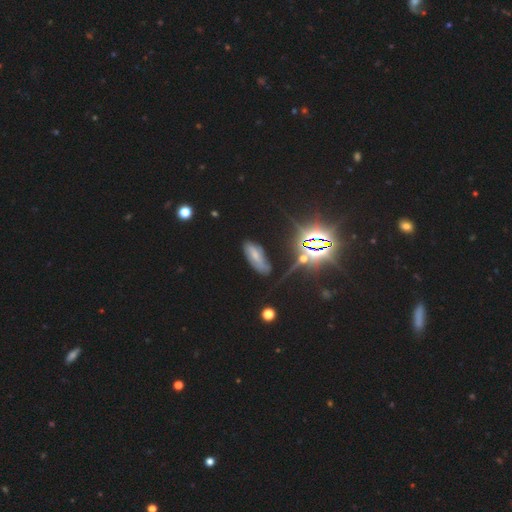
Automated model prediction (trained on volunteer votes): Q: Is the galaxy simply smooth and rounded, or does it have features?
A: smooth — 38%.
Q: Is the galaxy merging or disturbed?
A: none — 58%.